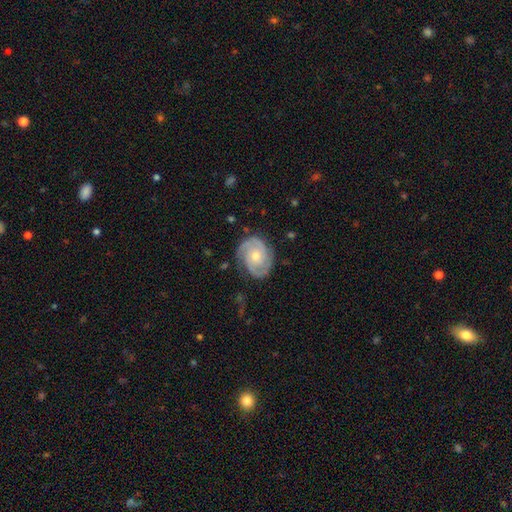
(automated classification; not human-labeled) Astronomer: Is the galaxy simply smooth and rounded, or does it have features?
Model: featured or disk — 84%.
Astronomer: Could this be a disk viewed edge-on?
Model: no — 98%.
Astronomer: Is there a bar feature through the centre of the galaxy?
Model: no — 72%.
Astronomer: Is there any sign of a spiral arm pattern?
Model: yes — 96%.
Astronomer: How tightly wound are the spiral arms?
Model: tight — 58% (runner-up: medium, 35%).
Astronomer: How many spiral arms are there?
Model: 2 — 67%.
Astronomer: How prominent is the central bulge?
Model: moderate — 53% (runner-up: small, 42%).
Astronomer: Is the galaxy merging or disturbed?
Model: none — 77%.